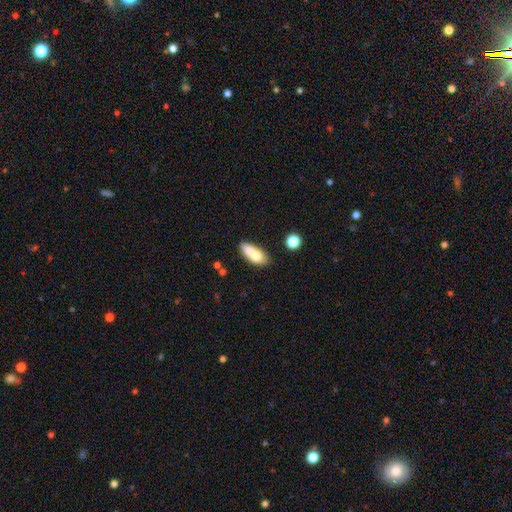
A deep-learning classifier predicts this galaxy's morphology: A smooth galaxy with no disk features (71%) that is in between round and cigar-shaped (72%). Merging: merger (40%).